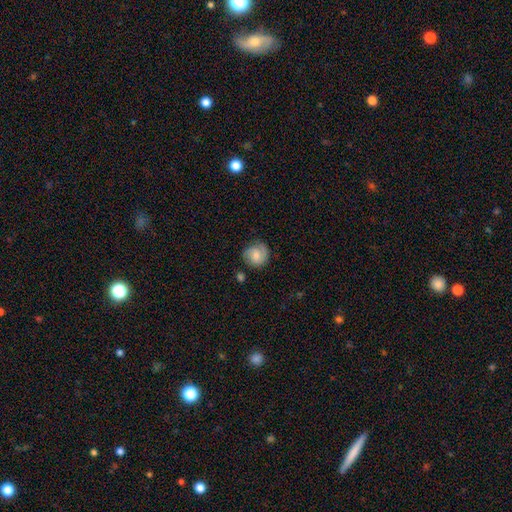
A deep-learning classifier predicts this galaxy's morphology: A smooth galaxy with no disk features (52%) that is round (87%).

Vote fractions:
- Smooth or featured? smooth: 52% / featured or disk: 40% / star or artifact: 8%
- How rounded? round: 87% / in between: 12% / cigar-shaped: 1%
- Merging? none: 75% / minor disturbance: 17% / major disturbance: 5% / merger: 3%